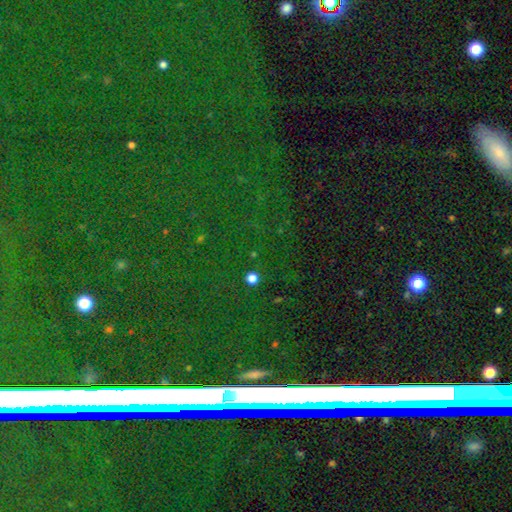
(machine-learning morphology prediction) Smooth or featured? Predicted: star or artifact (p=0.78).